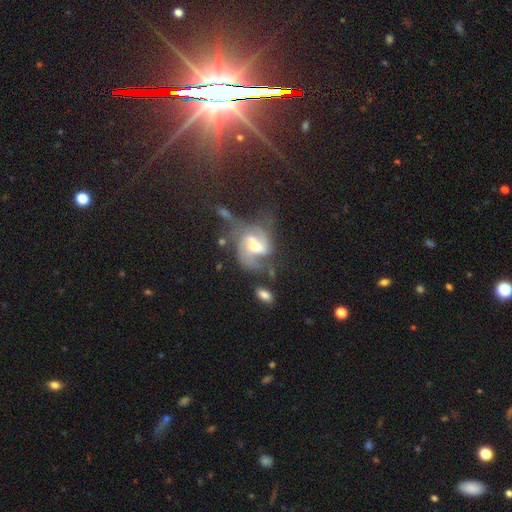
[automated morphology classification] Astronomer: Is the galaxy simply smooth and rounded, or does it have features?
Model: featured or disk — 76%.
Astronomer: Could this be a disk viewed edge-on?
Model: no — 97%.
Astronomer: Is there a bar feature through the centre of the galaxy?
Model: weak — 50% (runner-up: no, 28%).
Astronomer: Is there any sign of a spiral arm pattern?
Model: yes — 90%.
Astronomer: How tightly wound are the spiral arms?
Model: medium — 49% (runner-up: loose, 30%).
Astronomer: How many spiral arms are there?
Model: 2 — 68%.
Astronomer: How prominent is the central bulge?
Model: moderate — 57%.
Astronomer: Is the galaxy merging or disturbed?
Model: none — 40% (runner-up: major disturbance, 24%).